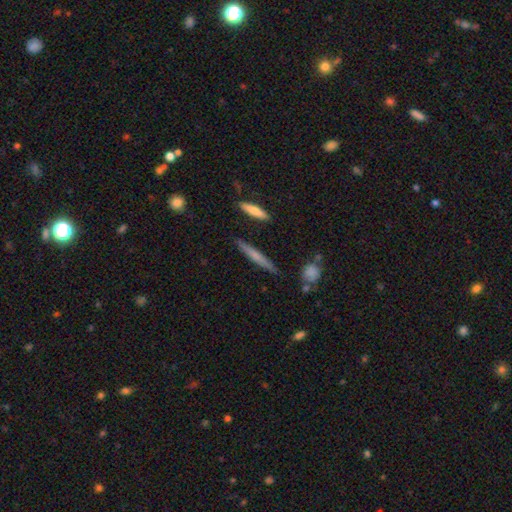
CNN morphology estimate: type=smooth (57%); roundness=cigar-shaped (93%); merging=none (87%).